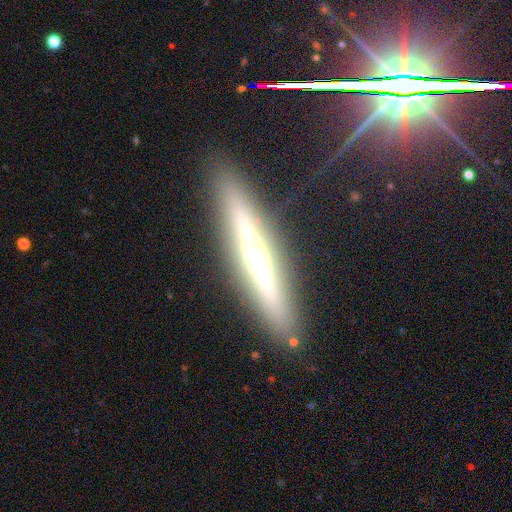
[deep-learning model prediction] Smooth or featured: featured or disk — 69% (smooth — 22%)
Edge-on disk: yes — 94% (no — 6%)
Edge-on bulge: rounded — 80% (none — 13%)
Merging: none — 88% (minor disturbance — 8%)